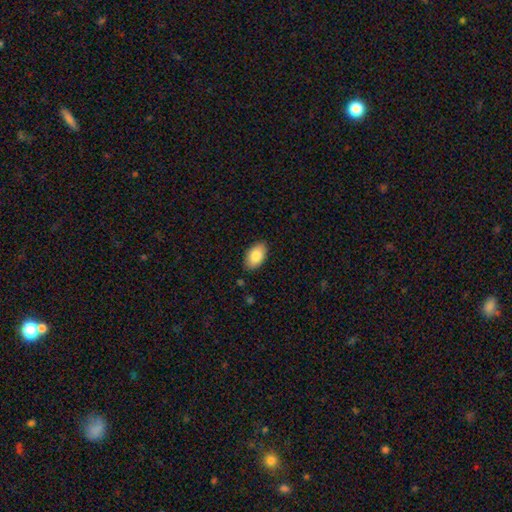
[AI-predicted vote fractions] This is clearly a smooth galaxy (83%). How rounded: clearly in between (94%). Merging: clearly none (87%).